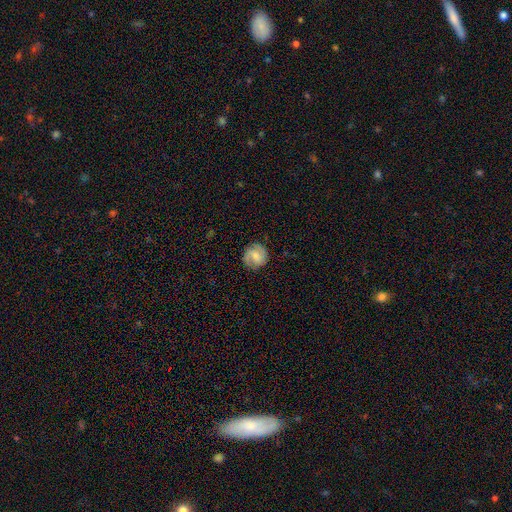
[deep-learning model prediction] Smooth or featured: featured or disk — 52% (smooth — 41%)
Edge-on disk: no — 98% (yes — 2%)
Bar: weak — 49% (no — 38%)
Spiral arms: yes — 90% (no — 10%)
Bulge size: moderate — 35% (small — 33%)
Merging: none — 81% (minor disturbance — 14%)